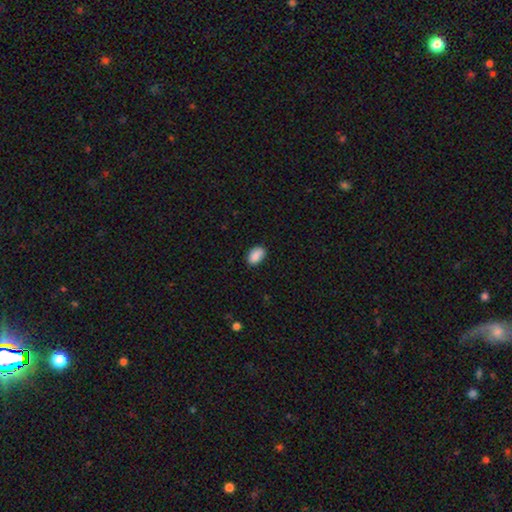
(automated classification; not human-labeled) smooth_or_featured: smooth (p=0.89) [alt: star or artifact p=0.07]
how_rounded: in between (p=0.90) [alt: round p=0.08]
merging: none (p=0.82) [alt: minor disturbance p=0.14]